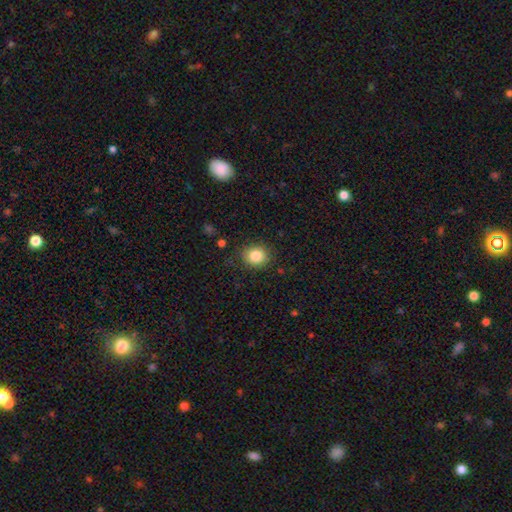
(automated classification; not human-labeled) Overall: smooth (84%). How rounded: round (77%). Merging: none (84%).